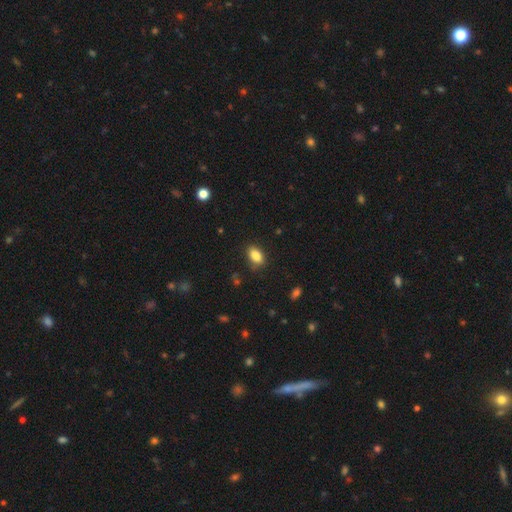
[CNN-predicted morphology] A smooth galaxy with no disk features (86%) that is in between round and cigar-shaped (90%). Merging: none (82%).